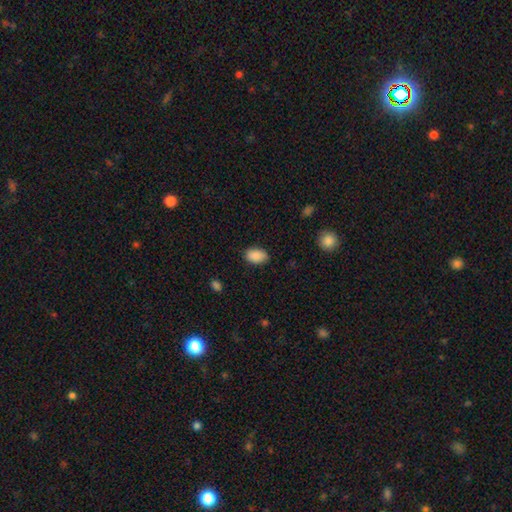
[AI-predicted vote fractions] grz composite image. It shows a smooth galaxy with no disk features (90%) that is in between round and cigar-shaped (88%). Merging: none (83%).